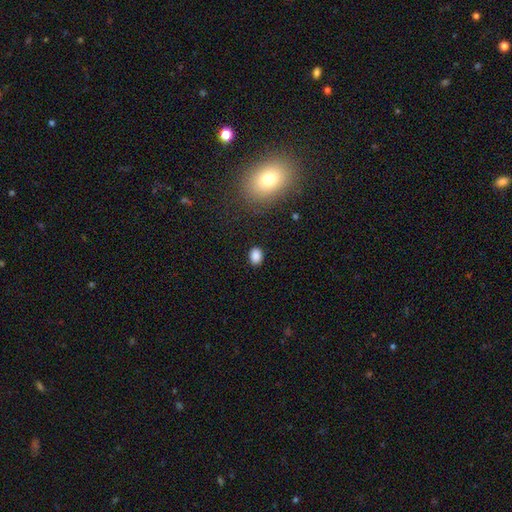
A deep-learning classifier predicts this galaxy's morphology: Smooth or featured? smooth (86%)
How rounded? in between (69%)
Merging? none (87%)